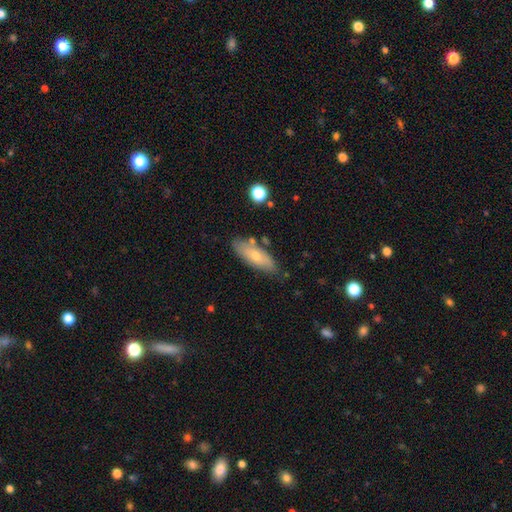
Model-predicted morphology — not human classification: The model was most divided on "how rounded": in between: 68%, cigar-shaped: 29%, round: 2%. More confident: merging — none (74%); smooth or featured — smooth (67%).